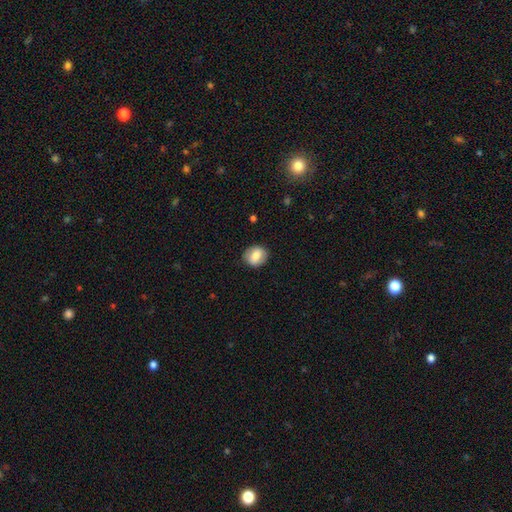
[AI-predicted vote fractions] Q: Smooth or featured?
A: smooth (73%); runner-up: featured or disk (19%)
Q: How rounded?
A: round (62%); runner-up: in between (36%)
Q: Merging?
A: none (86%); runner-up: minor disturbance (10%)